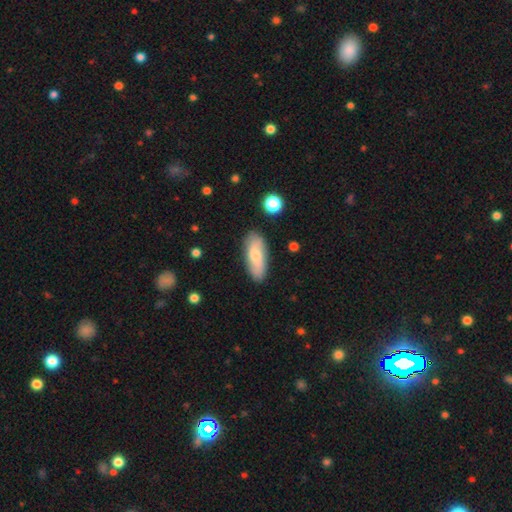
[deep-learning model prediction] Overall: smooth (66%; featured or disk 28%). How rounded: in between (77%). Merging: none (82%).